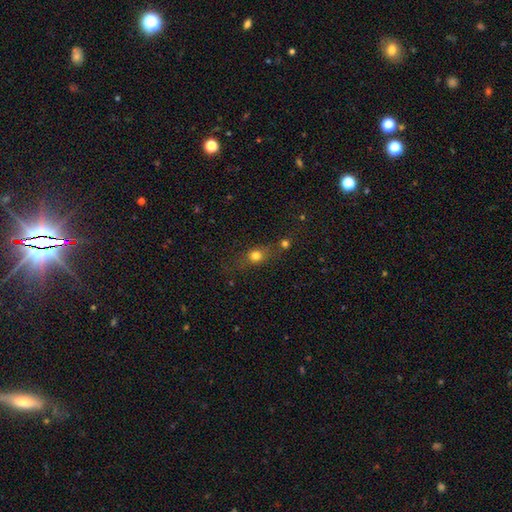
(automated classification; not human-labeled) Smooth or featured? Predicted: smooth (p=0.70). How rounded? Predicted: round (p=0.55). Merging? Predicted: none (p=0.60).